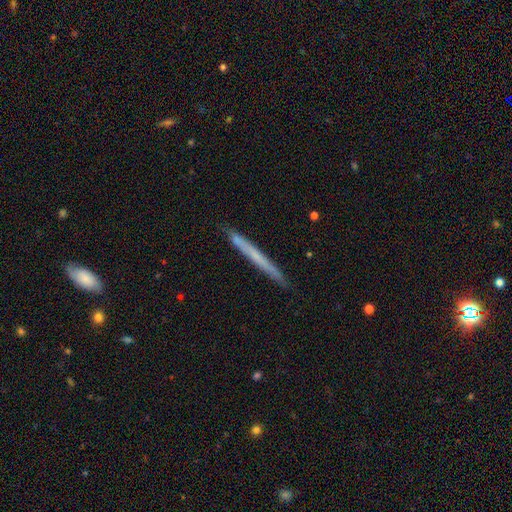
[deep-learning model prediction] smooth-or-featured: smooth: 53% | featured or disk: 42% | star or artifact: 6%
  how-rounded: cigar-shaped: 97% | in between: 2% | round: 1%
  merging: none: 89% | minor disturbance: 9% | major disturbance: 1% | merger: 1%